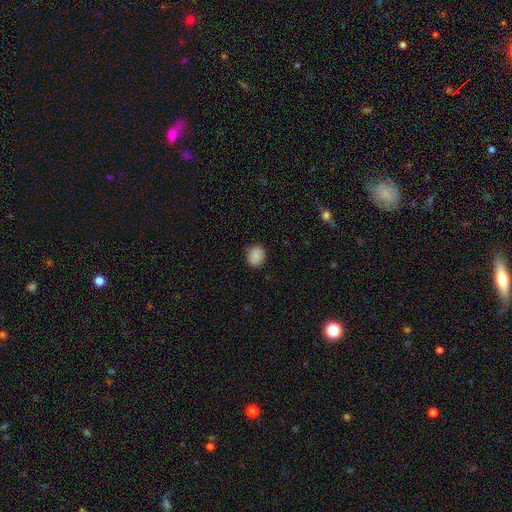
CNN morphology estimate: The model was most divided on "how rounded": round: 67%, in between: 32%, cigar-shaped: 1%. More confident: smooth or featured — smooth (87%); merging — none (87%).